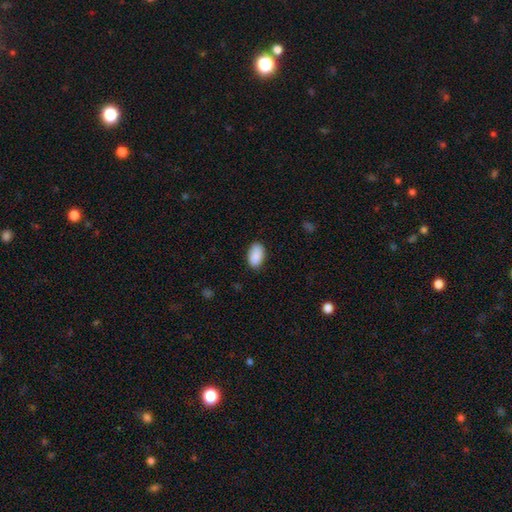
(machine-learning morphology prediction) A smooth galaxy with no disk features (91%) that is in between round and cigar-shaped (95%). Merging: none (85%).